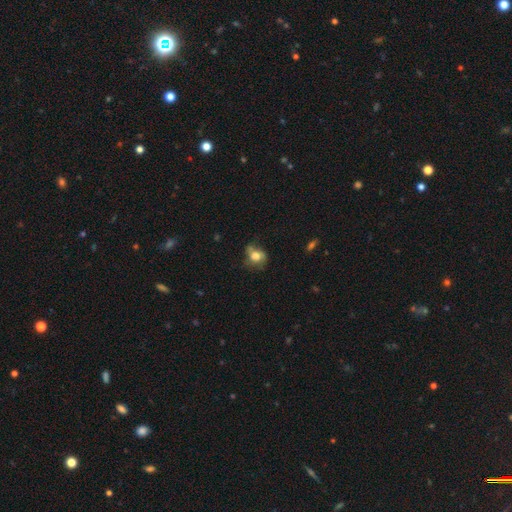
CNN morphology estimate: Overall: smooth (66%). How rounded: round (51%; in between 48%). Merging: none (44%; minor disturbance 31%).